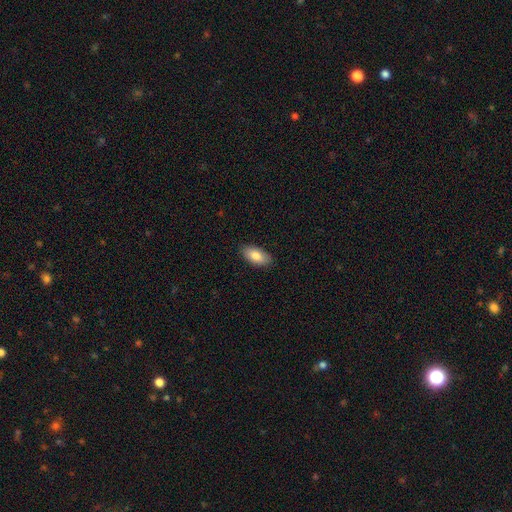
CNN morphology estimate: Smooth or featured: smooth — 82% (featured or disk — 12%)
How rounded: in between — 93% (cigar-shaped — 4%)
Merging: none — 88% (minor disturbance — 10%)